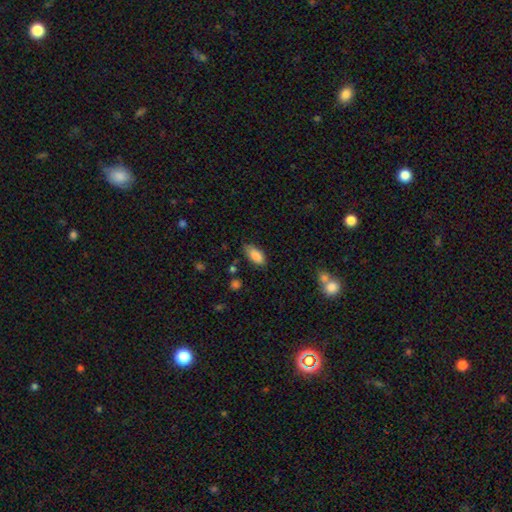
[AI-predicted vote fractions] Smooth or featured? Predicted: smooth (p=0.87). How rounded? Predicted: in between (p=0.88). Merging? Predicted: none (p=0.74).